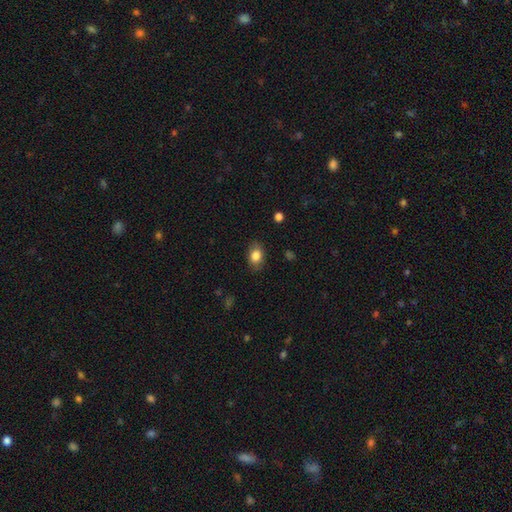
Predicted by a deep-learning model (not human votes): Smooth or featured: smooth — 83% (featured or disk — 9%)
How rounded: in between — 79% (round — 20%)
Merging: none — 82% (minor disturbance — 13%)